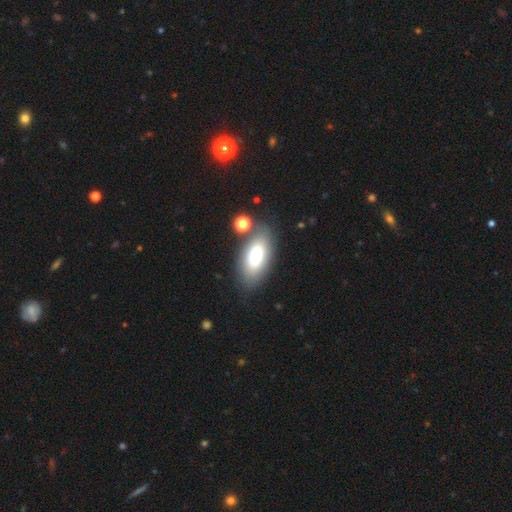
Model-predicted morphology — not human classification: smooth-or-featured: smooth: 76% | featured or disk: 16% | star or artifact: 8%
  how-rounded: in between: 89% | cigar-shaped: 7% | round: 3%
  merging: none: 74% | minor disturbance: 12% | merger: 9% | major disturbance: 5%